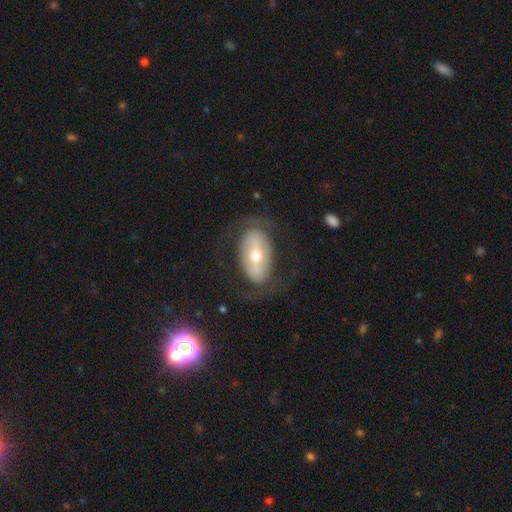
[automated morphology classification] Smooth or featured? Predicted: featured or disk (p=0.66). Edge-on disk? Predicted: no (p=0.91). Bar? Predicted: strong (p=0.45). Spiral arms? Predicted: yes (p=0.50, tied with no). Bulge size? Predicted: moderate (p=0.58). Merging? Predicted: none (p=0.70).